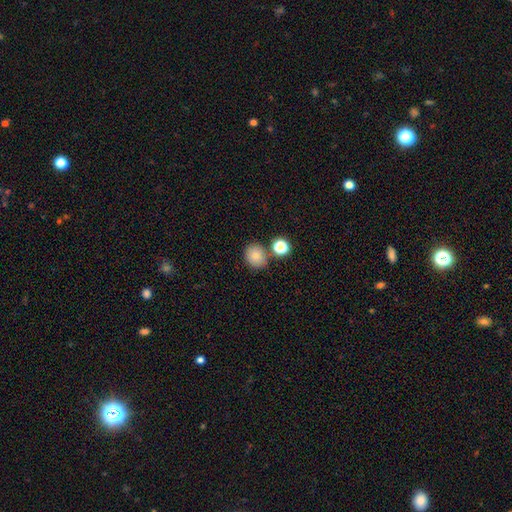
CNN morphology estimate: Smooth or featured? smooth (80%)
How rounded? round (75%)
Merging? none (74%)